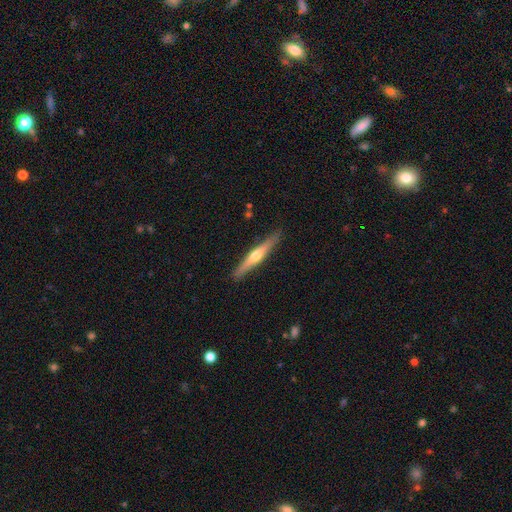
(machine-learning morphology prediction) smooth_or_featured: featured or disk (p=0.61) [alt: smooth p=0.33]
disk_edge_on: yes (p=0.97) [alt: no p=0.03]
edge_on_bulge: rounded (p=0.84) [alt: none p=0.10]
merging: none (p=0.88) [alt: minor disturbance p=0.09]